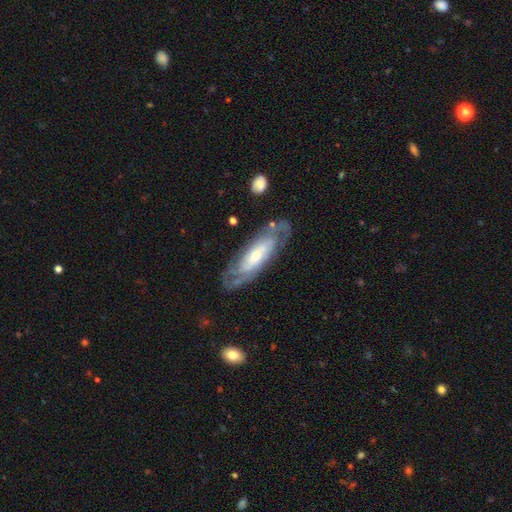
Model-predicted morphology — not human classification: Smooth or featured? featured or disk (75%)
Edge-on disk? no (81%)
Bar? no (60%)
Spiral arms? yes (83%)
Spiral winding? tight (61%)
Spiral arm count? can't tell (51%)
Bulge size? small (44%)
Merging? none (74%)